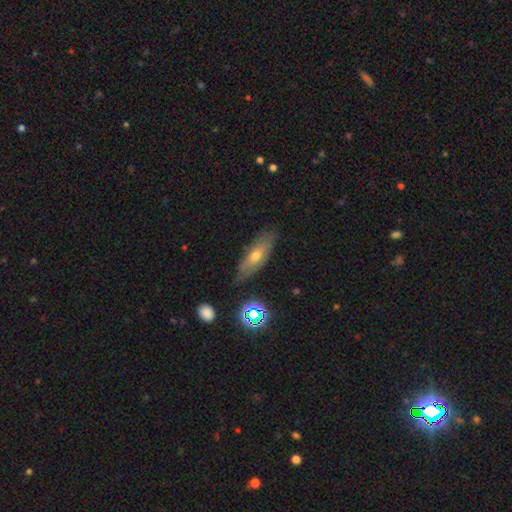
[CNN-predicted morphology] This is possibly a smooth galaxy (52%). How rounded: possibly in between (50%). Merging: likely none (79%).